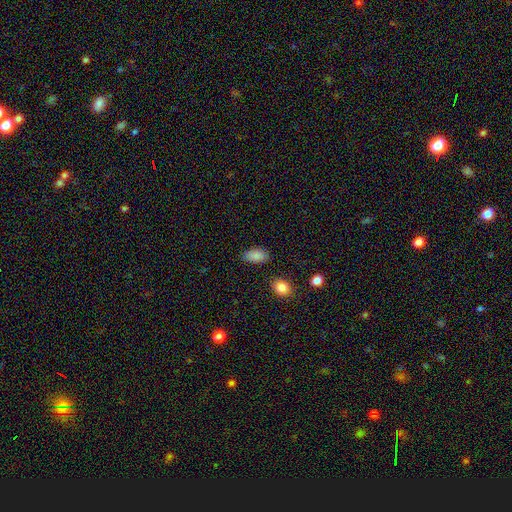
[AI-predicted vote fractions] Q: Smooth or featured?
A: smooth (87%); runner-up: star or artifact (9%)
Q: How rounded?
A: in between (93%); runner-up: round (5%)
Q: Merging?
A: none (83%); runner-up: minor disturbance (11%)